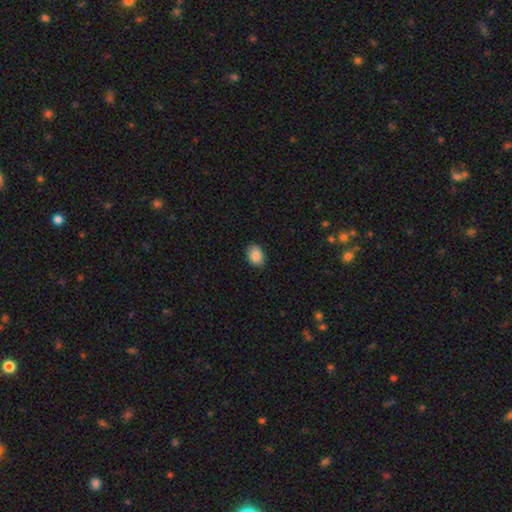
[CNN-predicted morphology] Q: Smooth or featured?
A: smooth (87%); runner-up: star or artifact (8%)
Q: How rounded?
A: in between (65%); runner-up: round (34%)
Q: Merging?
A: none (85%); runner-up: minor disturbance (12%)